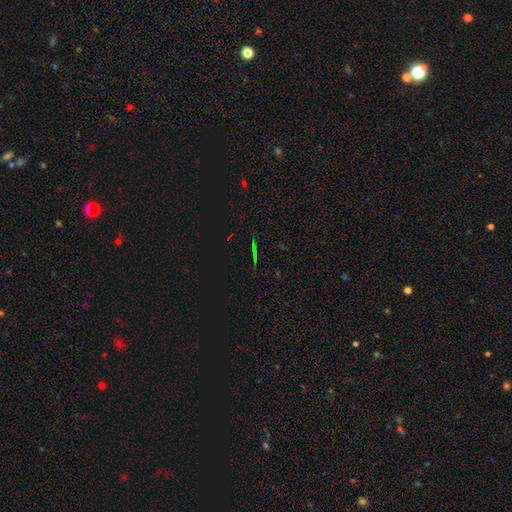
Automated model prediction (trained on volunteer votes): Smooth or featured? star or artifact (74%)